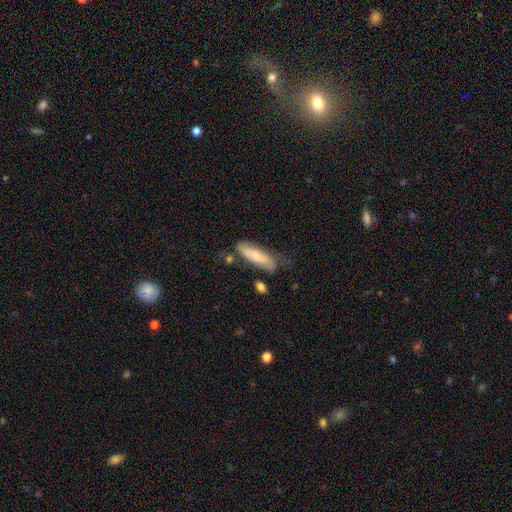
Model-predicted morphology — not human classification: Overall: smooth (65%; featured or disk 29%). How rounded: cigar-shaped (55%; in between 44%). Merging: none (59%; minor disturbance 26%).